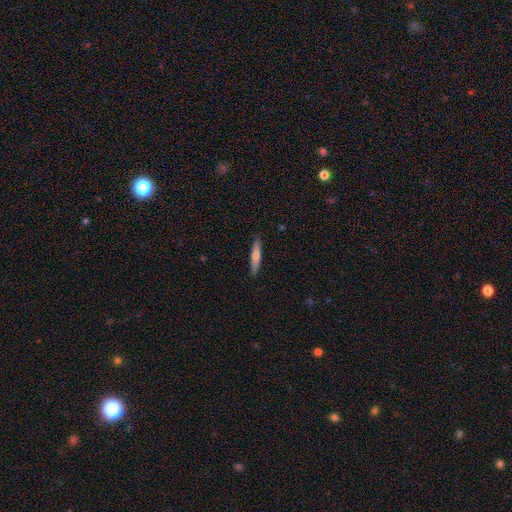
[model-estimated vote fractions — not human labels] smooth 57%, featured or disk 38%, star or artifact 6%. Down the decision tree: how rounded — cigar-shaped (91%); merging — none (90%).